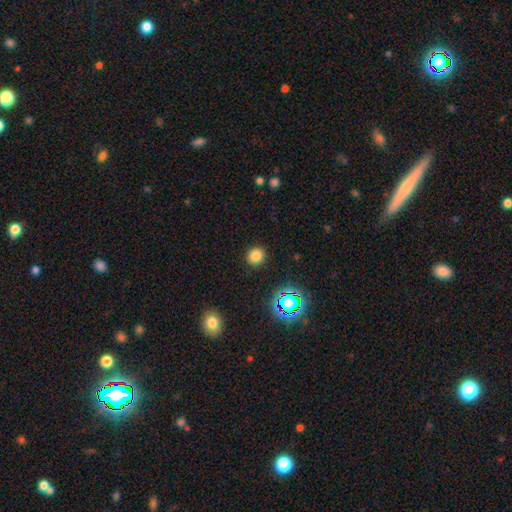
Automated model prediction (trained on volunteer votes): Smooth or featured?
  - smooth: 79% *
  - star or artifact: 17%
  - featured or disk: 5%
How rounded?
  - round: 86% *
  - in between: 13%
  - cigar-shaped: 1%
Merging?
  - none: 90% *
  - minor disturbance: 7%
  - major disturbance: 2%
  - merger: 1%